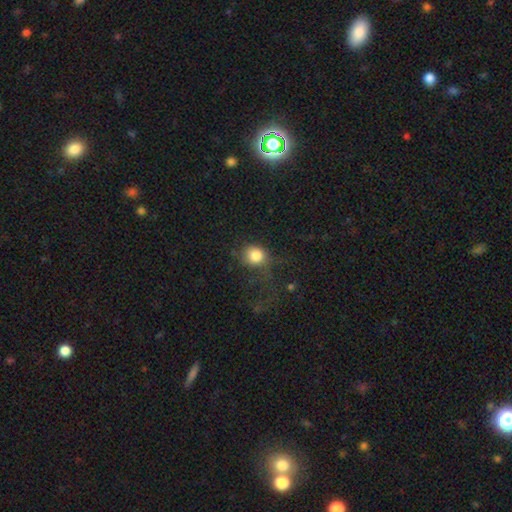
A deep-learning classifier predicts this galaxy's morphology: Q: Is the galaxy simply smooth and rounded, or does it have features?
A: smooth — 82%.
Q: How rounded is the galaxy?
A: round — 76%.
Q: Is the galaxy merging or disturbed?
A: none — 52%.